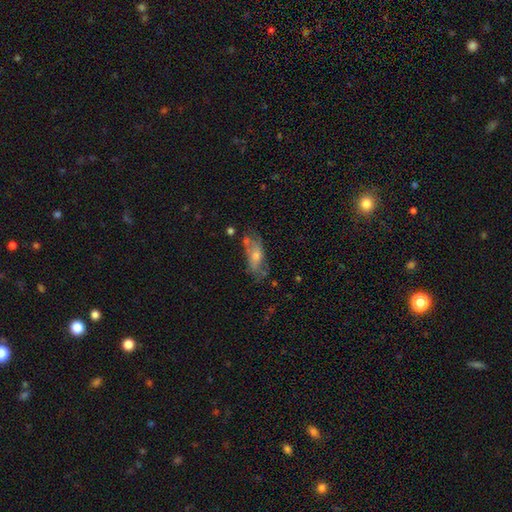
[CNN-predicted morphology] Smooth or featured? Predicted: smooth (p=0.49). Merging? Predicted: none (p=0.46).